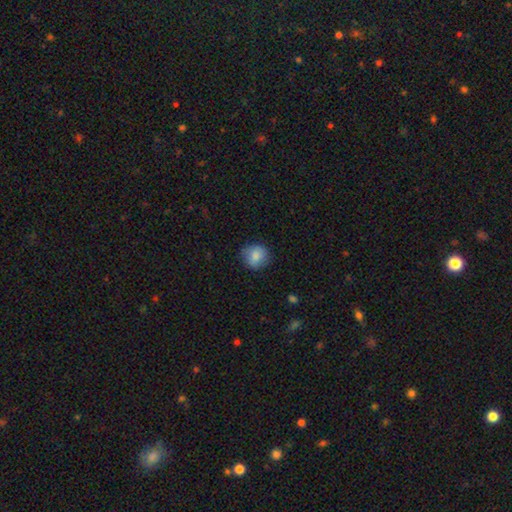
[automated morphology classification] Smooth or featured: smooth — 84% (featured or disk — 9%)
How rounded: round — 85% (in between — 14%)
Merging: none — 80% (minor disturbance — 15%)